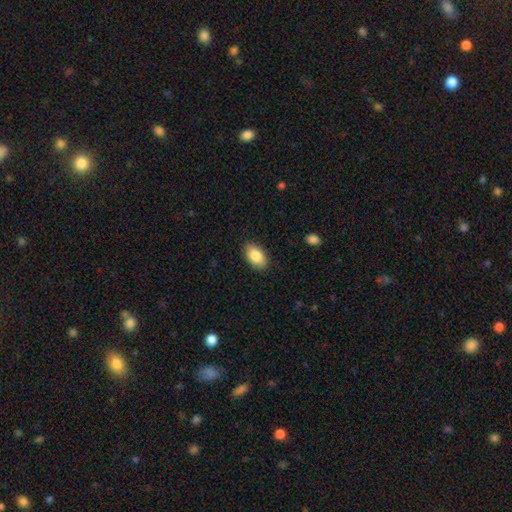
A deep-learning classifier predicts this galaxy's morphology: This appears to be a smooth galaxy with no disk features (86%) that is in between round and cigar-shaped (92%). Merging: none (87%).